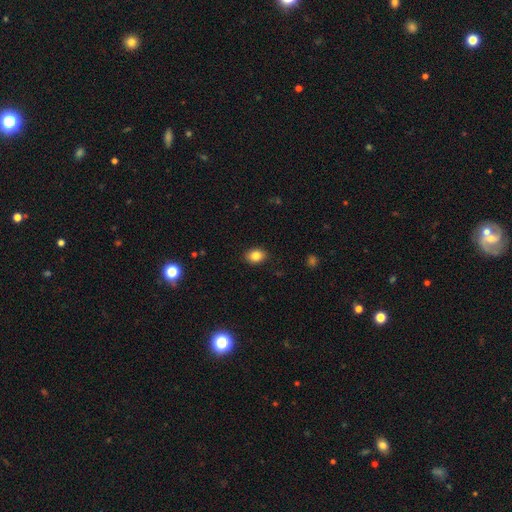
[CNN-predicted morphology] smooth-or-featured: smooth: 84% | star or artifact: 9% | featured or disk: 6%
  how-rounded: in between: 64% | round: 35% | cigar-shaped: 1%
  merging: none: 88% | minor disturbance: 9% | major disturbance: 2% | merger: 1%